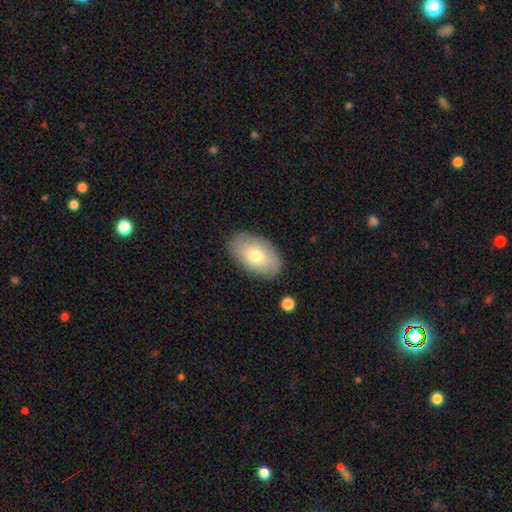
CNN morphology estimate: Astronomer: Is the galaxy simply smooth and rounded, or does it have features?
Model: smooth — 70%.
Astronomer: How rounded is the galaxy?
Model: in between — 93%.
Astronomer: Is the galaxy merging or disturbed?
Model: none — 84%.